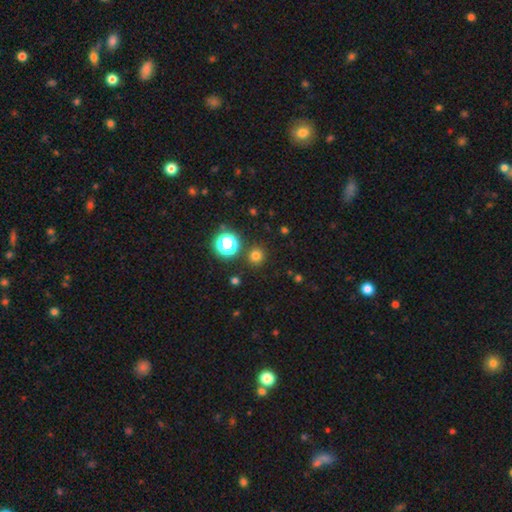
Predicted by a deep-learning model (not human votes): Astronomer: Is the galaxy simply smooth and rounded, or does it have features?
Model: smooth — 75%.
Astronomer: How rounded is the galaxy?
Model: round — 94%.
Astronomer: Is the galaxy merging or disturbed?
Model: none — 89%.